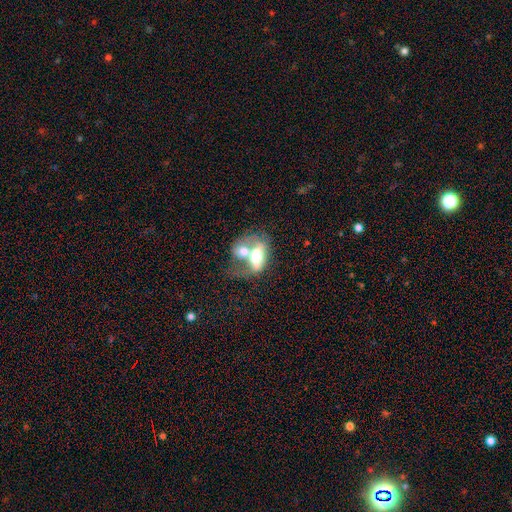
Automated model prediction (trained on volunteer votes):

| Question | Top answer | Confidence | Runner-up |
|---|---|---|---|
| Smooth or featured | smooth | 56% | featured or disk (37%) |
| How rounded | in between | 81% | round (15%) |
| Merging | merger | 74% | major disturbance (10%) |